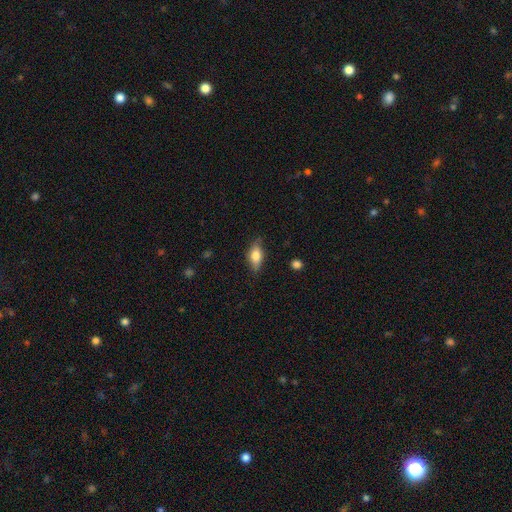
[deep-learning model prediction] The model was most divided on "smooth or featured": smooth: 69%, featured or disk: 24%, star or artifact: 7%. More confident: how rounded — in between (80%); merging — none (78%).